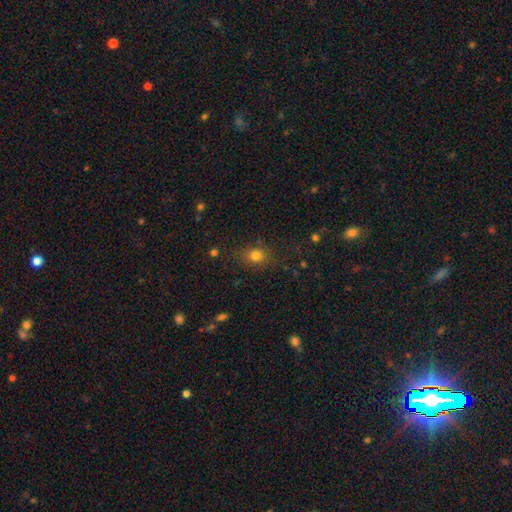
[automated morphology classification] smooth-or-featured: smooth: 79% | star or artifact: 14% | featured or disk: 7%
  how-rounded: round: 62% | in between: 36% | cigar-shaped: 2%
  merging: none: 78% | minor disturbance: 14% | major disturbance: 5% | merger: 2%